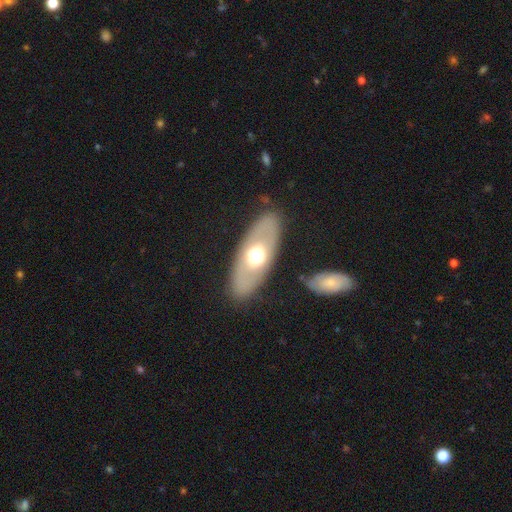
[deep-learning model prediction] A smooth galaxy with no disk features (48%). Merging: none (86%).